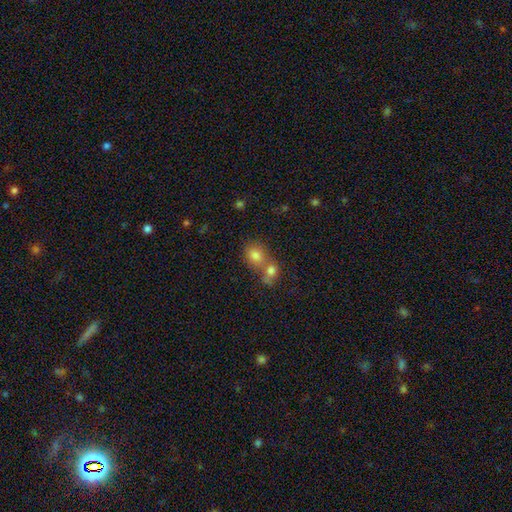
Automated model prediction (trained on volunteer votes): Smooth or featured? smooth (78%)
How rounded? round (61%)
Merging? merger (52%)